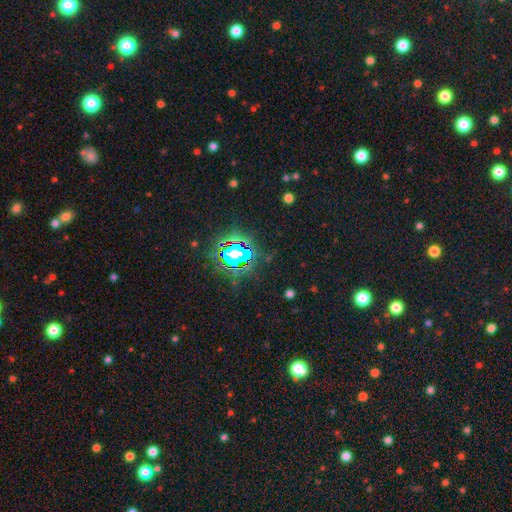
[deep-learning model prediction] A star or artifact, not a galaxy (81%).

Vote fractions:
- Smooth or featured? star or artifact: 81% / smooth: 12% / featured or disk: 7%